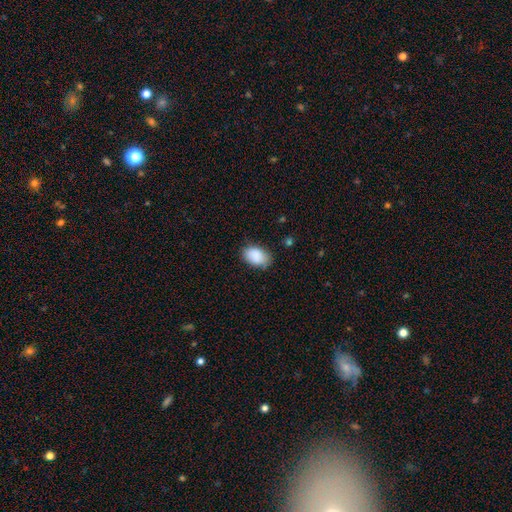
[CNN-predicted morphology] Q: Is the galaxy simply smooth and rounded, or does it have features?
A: smooth — 89%.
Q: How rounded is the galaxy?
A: in between — 86%.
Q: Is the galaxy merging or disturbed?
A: none — 75%.